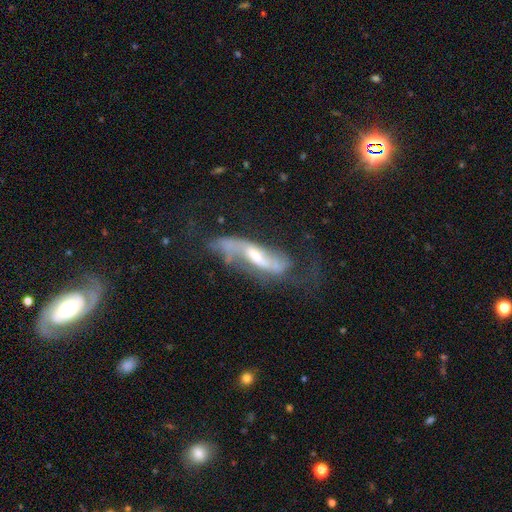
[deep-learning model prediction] Q: Smooth or featured?
A: featured or disk (83%); runner-up: smooth (10%)
Q: Edge-on disk?
A: no (82%); runner-up: yes (18%)
Q: Bar?
A: weak (39%); runner-up: strong (34%)
Q: Spiral arms?
A: yes (92%); runner-up: no (8%)
Q: Spiral winding?
A: loose (53%); runner-up: medium (34%)
Q: Spiral arm count?
A: 2 (82%); runner-up: can't tell (9%)
Q: Bulge size?
A: moderate (52%); runner-up: small (38%)
Q: Merging?
A: none (53%); runner-up: minor disturbance (22%)